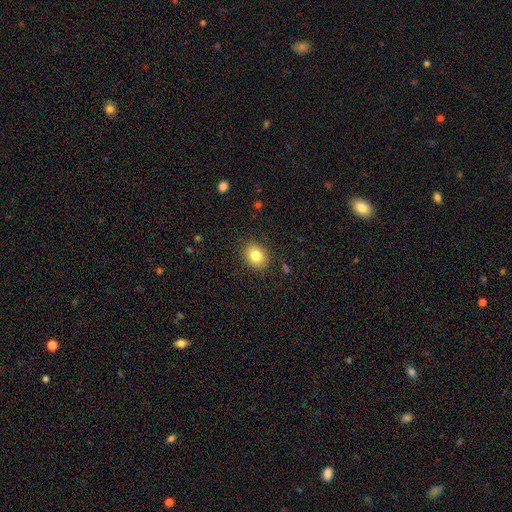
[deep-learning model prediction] smooth_or_featured: smooth (p=0.82) [alt: star or artifact p=0.10]
how_rounded: round (p=0.53) [alt: in between p=0.46]
merging: none (p=0.89) [alt: minor disturbance p=0.08]